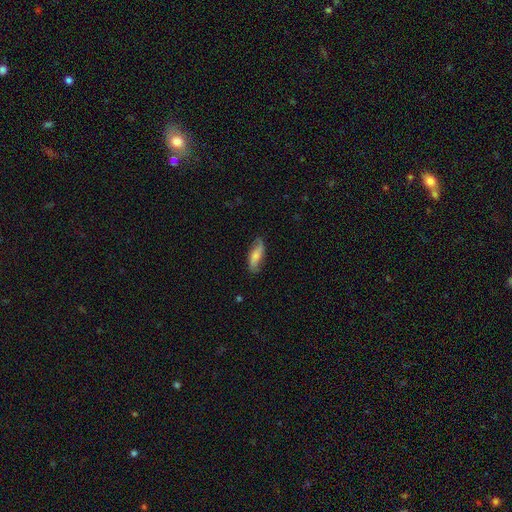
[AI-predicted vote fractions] Smooth or featured? Predicted: smooth (p=0.58). How rounded? Predicted: in between (p=0.67). Merging? Predicted: none (p=0.72).